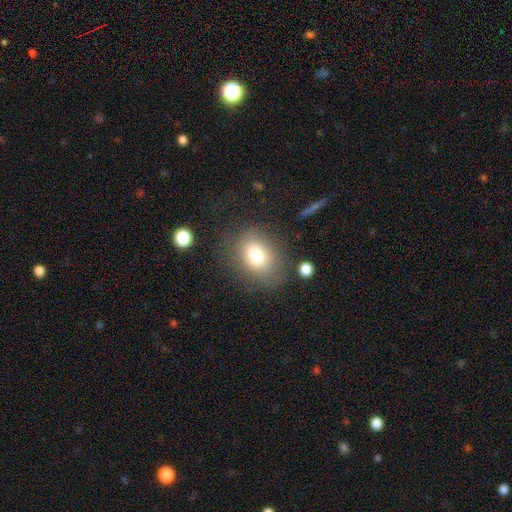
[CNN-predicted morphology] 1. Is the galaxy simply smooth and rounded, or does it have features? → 77% smooth, 12% featured or disk, 10% star or artifact.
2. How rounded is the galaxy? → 60% in between, 39% round, 1% cigar-shaped.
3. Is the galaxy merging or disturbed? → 73% none, 16% minor disturbance, 8% major disturbance, 3% merger.